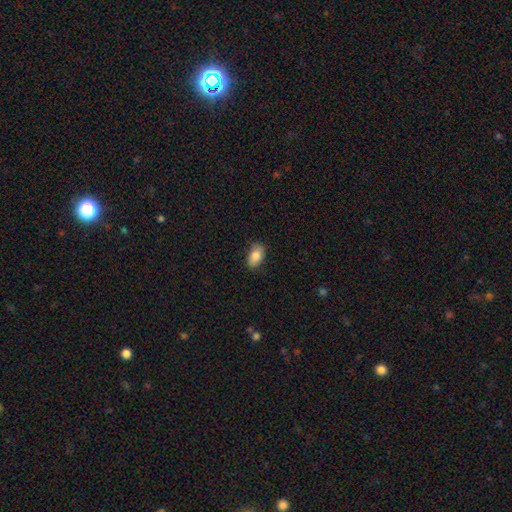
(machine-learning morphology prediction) Smooth or featured? smooth (84%)
How rounded? in between (90%)
Merging? none (82%)